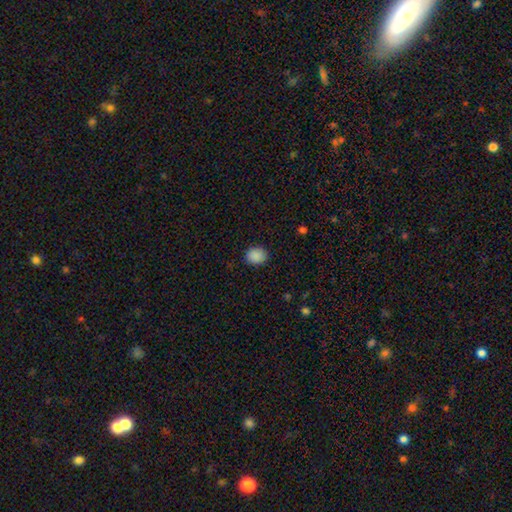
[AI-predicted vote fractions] Overall: smooth (89%). How rounded: round (62%; in between 37%). Merging: none (88%).